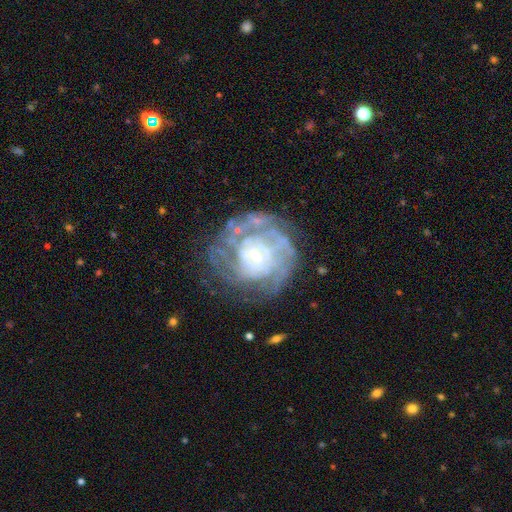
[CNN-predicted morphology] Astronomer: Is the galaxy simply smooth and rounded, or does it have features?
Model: featured or disk — 81%.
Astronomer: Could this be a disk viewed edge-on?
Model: no — 97%.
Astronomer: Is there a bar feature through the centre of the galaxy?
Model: no — 69%.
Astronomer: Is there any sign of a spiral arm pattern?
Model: yes — 83%.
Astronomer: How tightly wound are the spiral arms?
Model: tight — 74%.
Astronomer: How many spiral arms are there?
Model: can't tell — 50%.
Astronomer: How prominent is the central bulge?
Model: small — 72%.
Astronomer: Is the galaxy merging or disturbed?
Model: none — 68%.